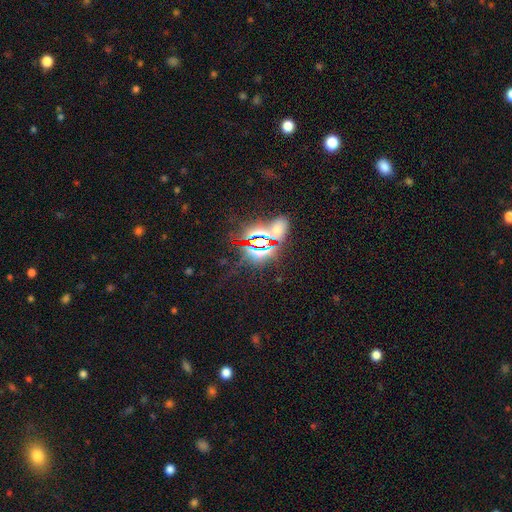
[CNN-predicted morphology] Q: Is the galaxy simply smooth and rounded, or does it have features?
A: star or artifact — 80%.